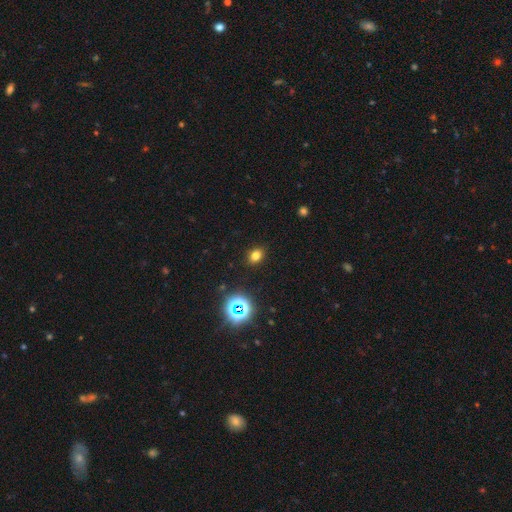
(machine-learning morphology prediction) The model was most divided on "how rounded": in between: 62%, round: 37%, cigar-shaped: 1%. More confident: merging — none (88%); smooth or featured — smooth (74%).